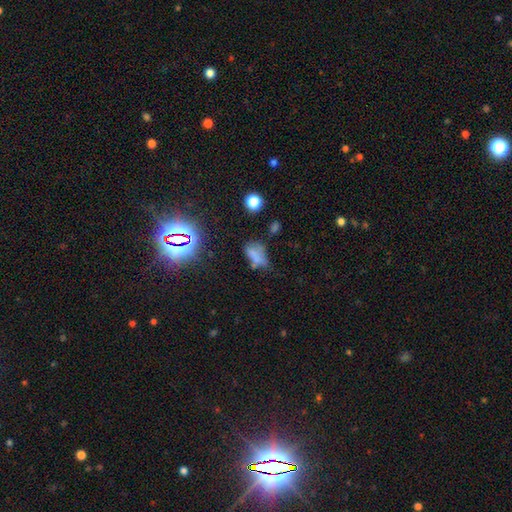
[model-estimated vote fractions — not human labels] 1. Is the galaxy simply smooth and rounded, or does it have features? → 59% smooth, 23% star or artifact, 18% featured or disk.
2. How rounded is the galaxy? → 80% in between, 10% cigar-shaped, 9% round.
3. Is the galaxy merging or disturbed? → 34% none, 28% minor disturbance, 23% major disturbance, 15% merger.